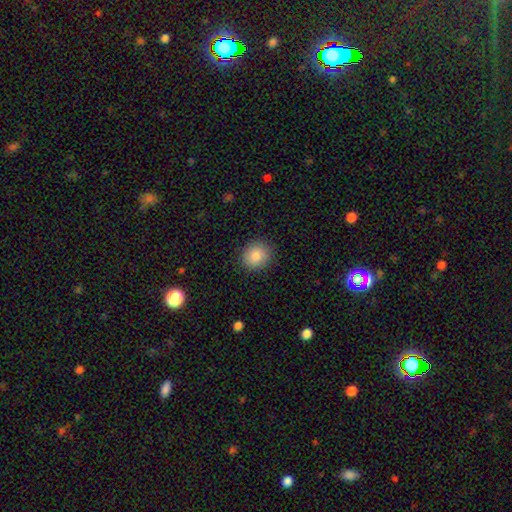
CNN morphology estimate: type=smooth (86%); roundness=round (81%); merging=none (89%).